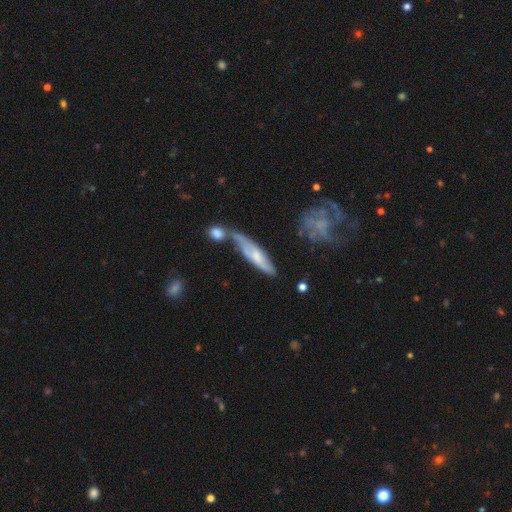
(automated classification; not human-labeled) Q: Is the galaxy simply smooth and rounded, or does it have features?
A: featured or disk — 55%.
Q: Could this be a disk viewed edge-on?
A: no — 51%.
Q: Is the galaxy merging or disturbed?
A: none — 36%.